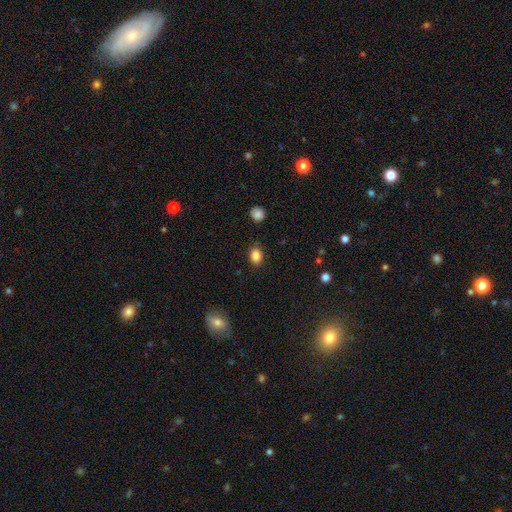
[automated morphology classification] Smooth or featured? Predicted: smooth (p=0.85). How rounded? Predicted: in between (p=0.67). Merging? Predicted: none (p=0.84).